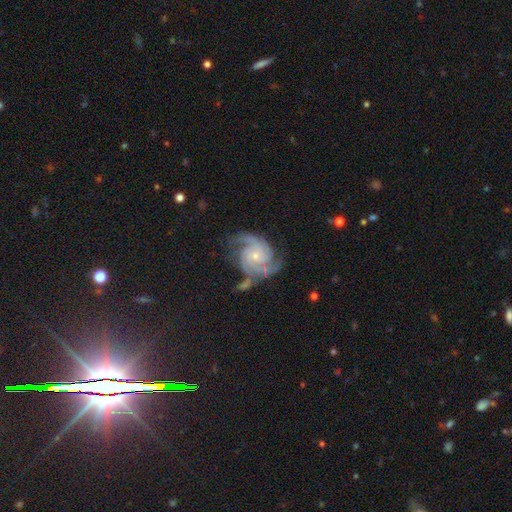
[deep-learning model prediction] smooth_or_featured: featured or disk (p=0.91) [alt: star or artifact p=0.04]
disk_edge_on: no (p=0.98) [alt: yes p=0.02]
bar: no (p=0.73) [alt: weak p=0.22]
has_spiral_arms: yes (p=0.98) [alt: no p=0.02]
spiral_winding: tight (p=0.52) [alt: medium p=0.40]
spiral_arm_count: 3 (p=0.50) [alt: 2 p=0.22]
bulge_size: small (p=0.73) [alt: moderate p=0.23]
merging: none (p=0.64) [alt: minor disturbance p=0.20]